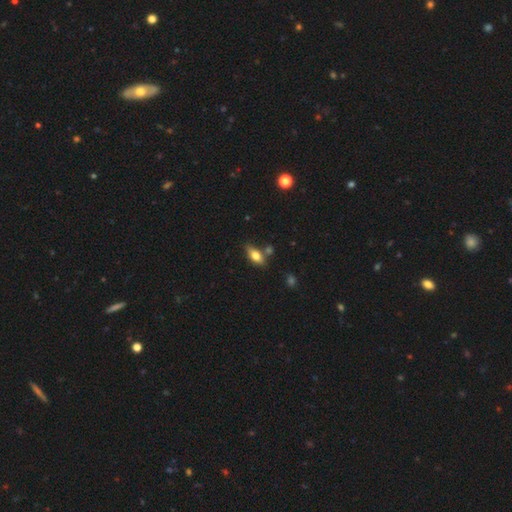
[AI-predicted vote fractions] smooth_or_featured: smooth (p=0.70) [alt: featured or disk p=0.22]
how_rounded: in between (p=0.81) [alt: cigar-shaped p=0.14]
merging: none (p=0.67) [alt: minor disturbance p=0.16]